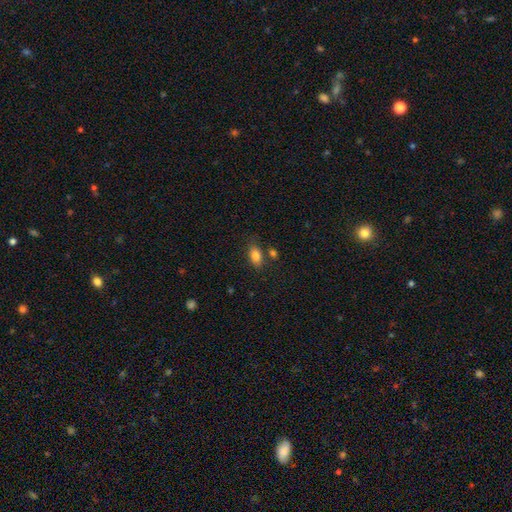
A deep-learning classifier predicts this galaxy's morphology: smooth-or-featured: smooth: 83% | star or artifact: 9% | featured or disk: 8%
  how-rounded: in between: 87% | round: 9% | cigar-shaped: 3%
  merging: none: 73% | minor disturbance: 14% | merger: 10% | major disturbance: 4%